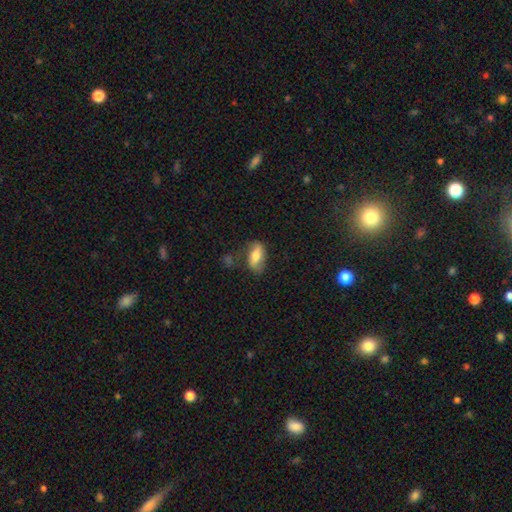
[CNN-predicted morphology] A smooth galaxy with no disk features (67%) that is in between round and cigar-shaped (84%).

Vote fractions:
- Smooth or featured? smooth: 67% / featured or disk: 26% / star or artifact: 7%
- How rounded? in between: 84% / cigar-shaped: 11% / round: 5%
- Merging? none: 62% / minor disturbance: 24% / major disturbance: 9% / merger: 6%